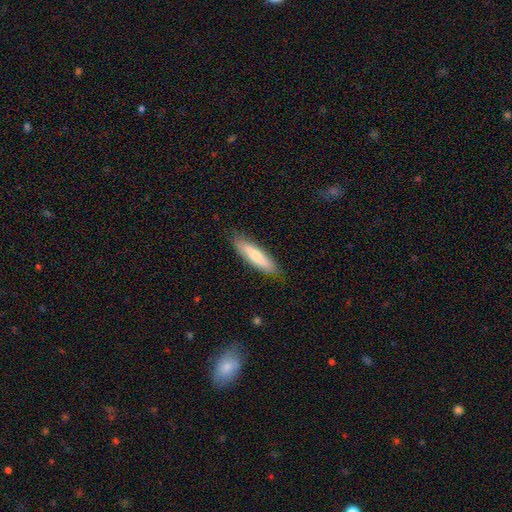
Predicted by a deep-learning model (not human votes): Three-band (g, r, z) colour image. It shows a smooth galaxy with no disk features (66%) that is cigar-shaped (72%). Merging: none (84%).